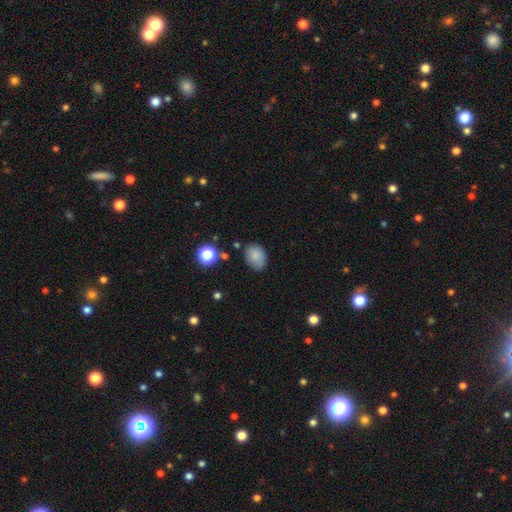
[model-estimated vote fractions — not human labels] Morphology: type=smooth (83%); roundness=in between (71%); merging=none (76%).